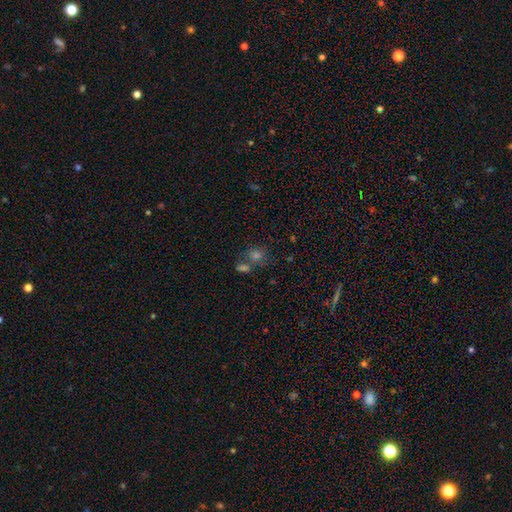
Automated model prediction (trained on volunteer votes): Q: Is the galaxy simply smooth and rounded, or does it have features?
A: smooth — 52%.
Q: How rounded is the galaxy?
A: round — 69%.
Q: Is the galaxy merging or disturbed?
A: none — 55%.